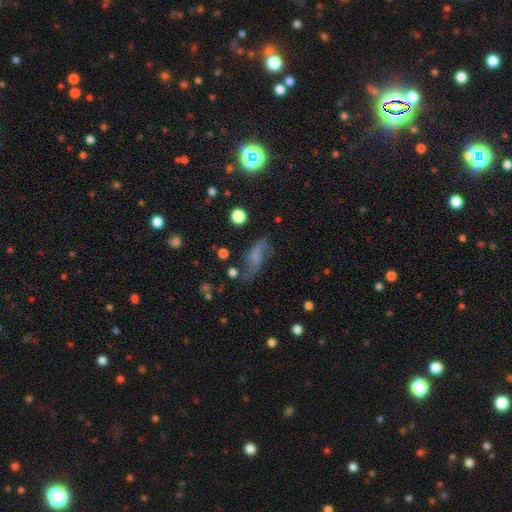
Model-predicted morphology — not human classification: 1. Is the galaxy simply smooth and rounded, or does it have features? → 49% featured or disk, 34% smooth, 17% star or artifact.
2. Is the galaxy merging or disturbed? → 51% none, 25% minor disturbance, 20% major disturbance, 5% merger.